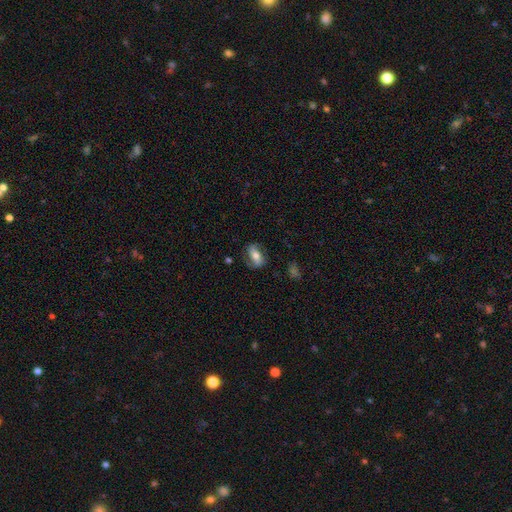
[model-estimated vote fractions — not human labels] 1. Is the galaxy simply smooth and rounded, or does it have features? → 50% featured or disk, 43% smooth, 7% star or artifact.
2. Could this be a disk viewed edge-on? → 90% no, 10% yes.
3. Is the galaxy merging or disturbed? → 72% none, 18% minor disturbance, 8% major disturbance, 2% merger.